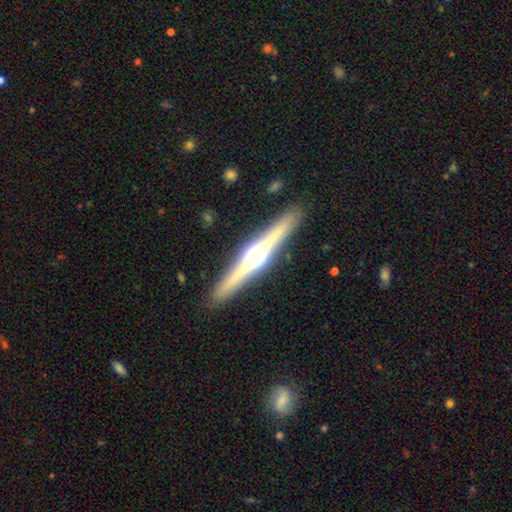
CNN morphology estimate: Overall: featured or disk (82%). Edge-on disk: yes (98%). Edge-on bulge: rounded (93%). Merging: none (92%).